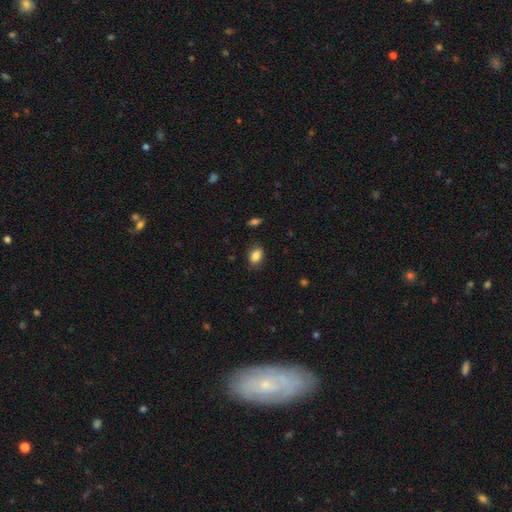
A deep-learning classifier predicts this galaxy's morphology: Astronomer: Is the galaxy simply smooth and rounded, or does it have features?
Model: smooth — 86%.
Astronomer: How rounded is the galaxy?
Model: in between — 84%.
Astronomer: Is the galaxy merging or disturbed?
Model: none — 82%.